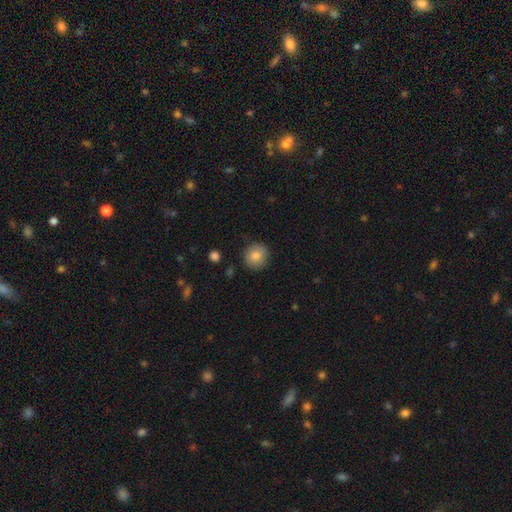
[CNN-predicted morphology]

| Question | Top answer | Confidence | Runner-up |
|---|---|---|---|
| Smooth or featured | smooth | 85% | star or artifact (8%) |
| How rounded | round | 89% | in between (10%) |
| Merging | none | 87% | minor disturbance (9%) |